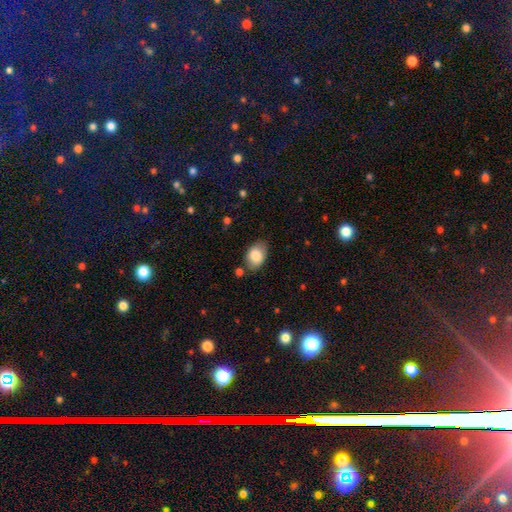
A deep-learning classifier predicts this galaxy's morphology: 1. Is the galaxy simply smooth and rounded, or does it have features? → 82% smooth, 10% featured or disk, 7% star or artifact.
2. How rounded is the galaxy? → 85% in between, 14% round, 1% cigar-shaped.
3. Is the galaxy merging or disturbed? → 75% none, 17% minor disturbance, 4% major disturbance, 4% merger.